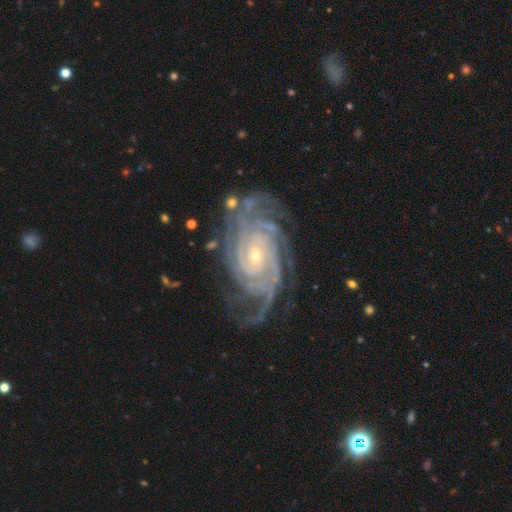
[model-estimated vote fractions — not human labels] Overall: featured or disk (93%). Edge-on disk: no (97%). Bar: no (66%). Spiral arms: yes (99%). Spiral arm count: 4 (28%; more than 4 18%). Spiral winding: tight (77%). Bulge size: small (73%). Merging: none (72%).